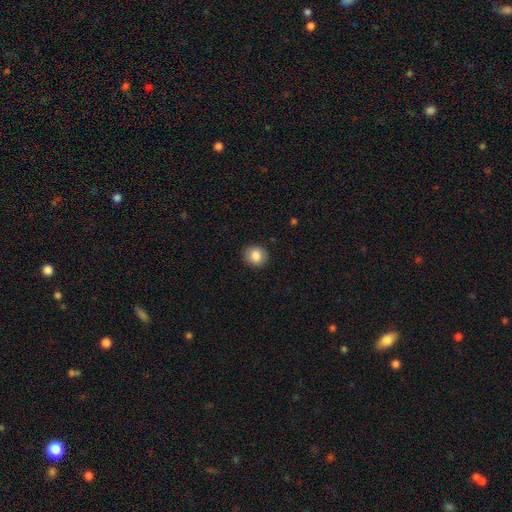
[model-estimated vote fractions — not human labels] Smooth or featured: smooth — 85% (star or artifact — 8%)
How rounded: round — 80% (in between — 19%)
Merging: none — 90% (minor disturbance — 7%)